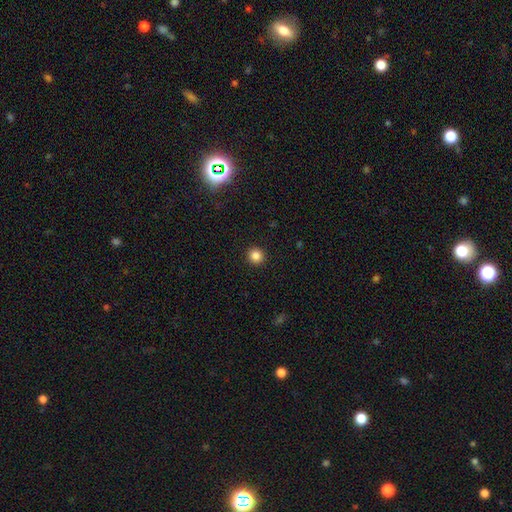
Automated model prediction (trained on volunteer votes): Overall: smooth (84%). How rounded: round (95%). Merging: none (93%).